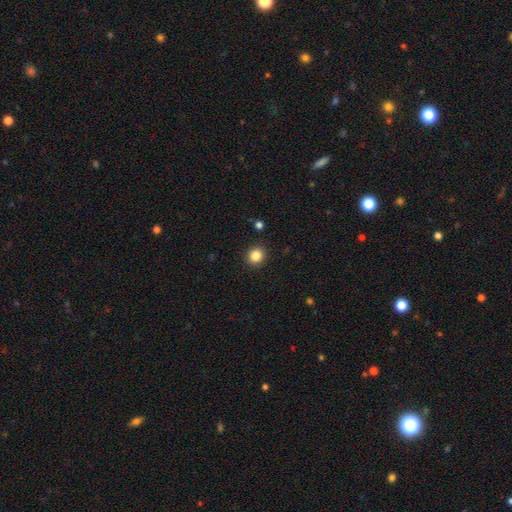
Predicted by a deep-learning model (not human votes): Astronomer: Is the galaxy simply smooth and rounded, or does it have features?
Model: smooth — 85%.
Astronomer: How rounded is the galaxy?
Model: round — 86%.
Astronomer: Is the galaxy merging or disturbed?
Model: none — 91%.